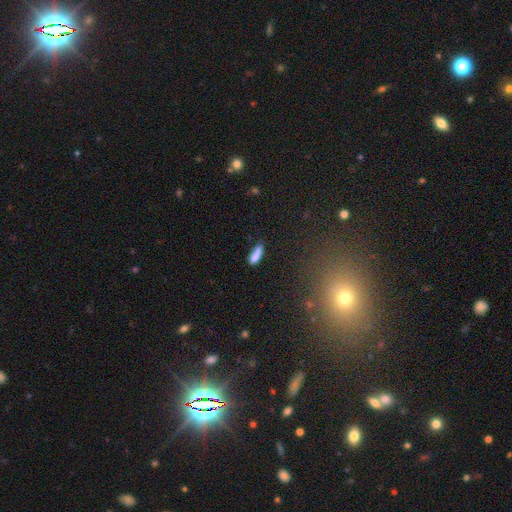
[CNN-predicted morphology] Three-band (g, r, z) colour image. It shows a smooth galaxy with no disk features (79%) that is cigar-shaped (51%). Merging: none (52%).